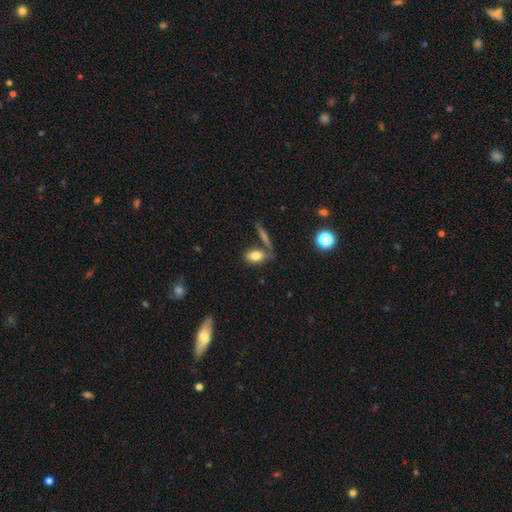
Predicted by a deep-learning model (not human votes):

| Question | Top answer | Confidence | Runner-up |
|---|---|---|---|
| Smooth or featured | smooth | 79% | featured or disk (12%) |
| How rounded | in between | 85% | round (8%) |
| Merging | none | 59% | merger (20%) |